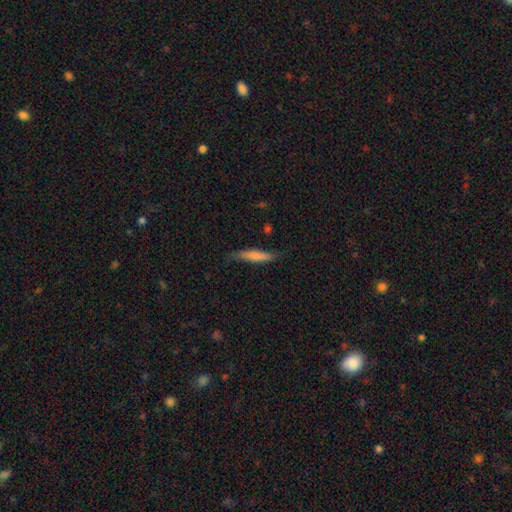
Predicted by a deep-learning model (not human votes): Overall: smooth (72%). How rounded: cigar-shaped (86%). Merging: none (69%).